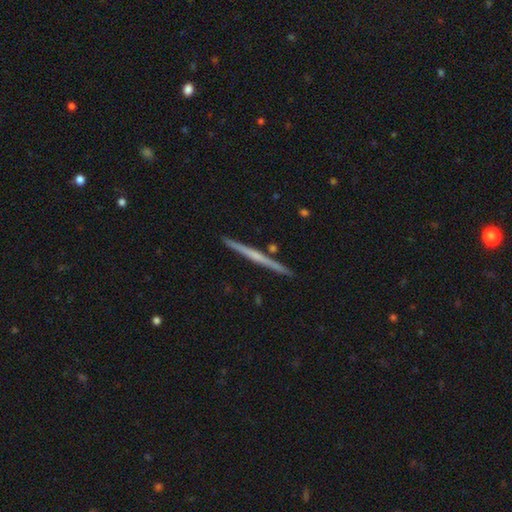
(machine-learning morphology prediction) This is likely a featured or disk galaxy (66%). It is clearly viewed edge-on (98%). Edge-on bulge: likely none (66%). Merging: clearly none (91%).